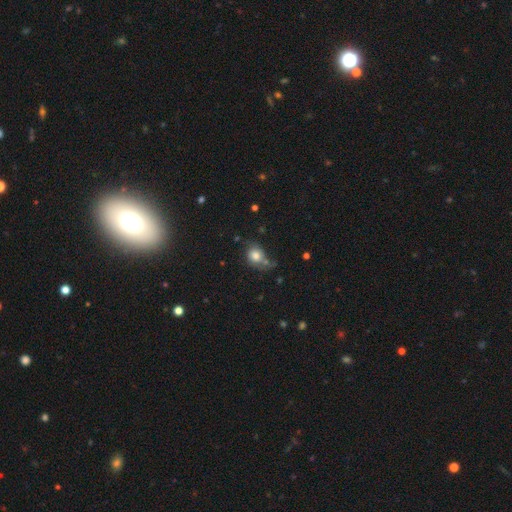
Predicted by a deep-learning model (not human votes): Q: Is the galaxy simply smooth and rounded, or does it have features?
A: smooth — 78%.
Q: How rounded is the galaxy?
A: round — 66%.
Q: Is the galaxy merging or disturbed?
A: none — 53%.